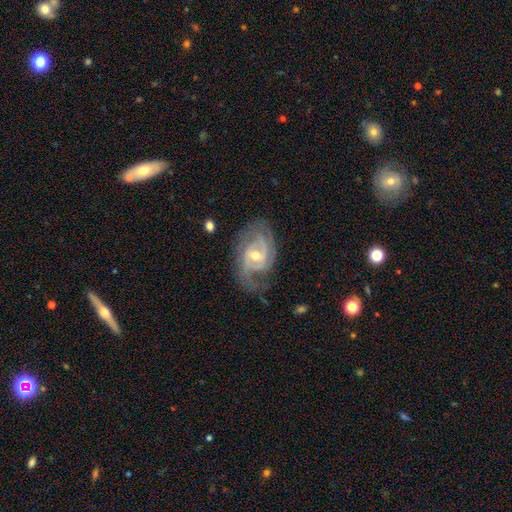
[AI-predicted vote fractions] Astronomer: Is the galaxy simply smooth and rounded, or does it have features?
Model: featured or disk — 88%.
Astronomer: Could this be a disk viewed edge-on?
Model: no — 97%.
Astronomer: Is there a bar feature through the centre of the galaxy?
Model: weak — 44% (runner-up: no, 43%).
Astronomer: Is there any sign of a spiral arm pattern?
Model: yes — 96%.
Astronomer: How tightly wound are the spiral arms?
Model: tight — 49% (runner-up: medium, 41%).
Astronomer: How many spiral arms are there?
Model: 2 — 54%.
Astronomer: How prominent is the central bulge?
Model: moderate — 55% (runner-up: small, 42%).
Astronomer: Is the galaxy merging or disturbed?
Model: none — 68%.